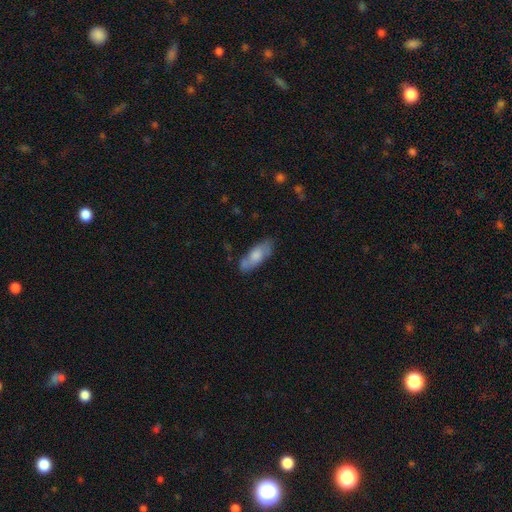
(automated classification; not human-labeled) A smooth galaxy with no disk features (67%) that is in between round and cigar-shaped (67%). Merging: none (70%).